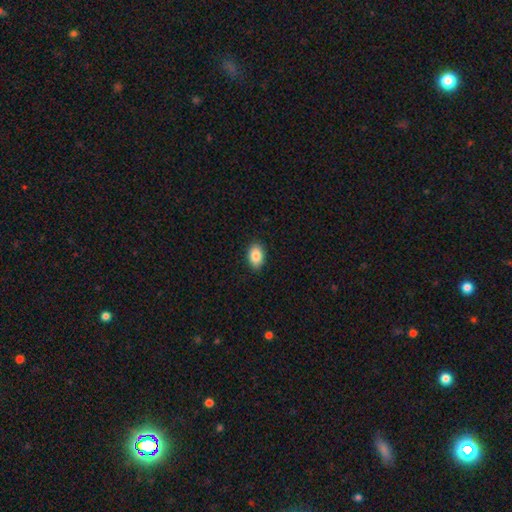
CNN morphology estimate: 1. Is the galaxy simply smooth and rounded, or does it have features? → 86% smooth, 8% star or artifact, 6% featured or disk.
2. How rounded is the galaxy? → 89% in between, 10% round, 1% cigar-shaped.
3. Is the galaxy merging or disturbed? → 89% none, 8% minor disturbance, 2% major disturbance, 1% merger.